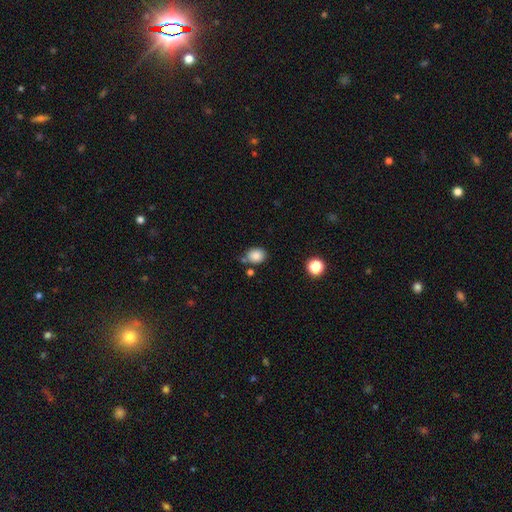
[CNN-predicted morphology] This is clearly a smooth galaxy (85%). How rounded: likely round (61%). Merging: likely none (72%).